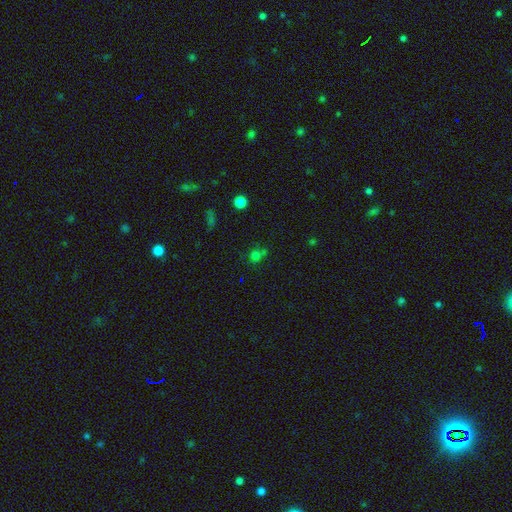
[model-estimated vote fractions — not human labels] This is likely a smooth galaxy (63%). How rounded: clearly round (83%). Merging: possibly none (58%).